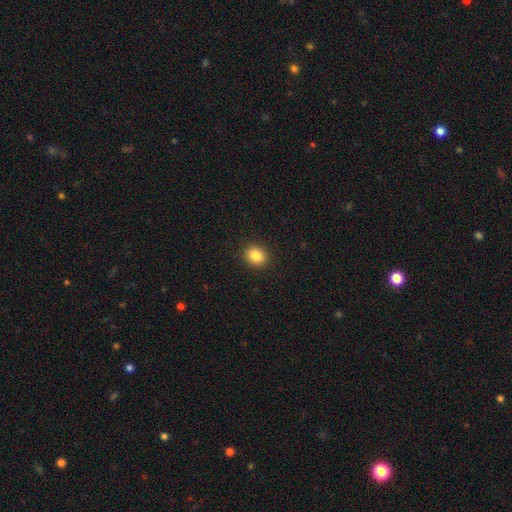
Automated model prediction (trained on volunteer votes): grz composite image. It shows a smooth galaxy with no disk features (85%) that is round (71%). Merging: none (91%).